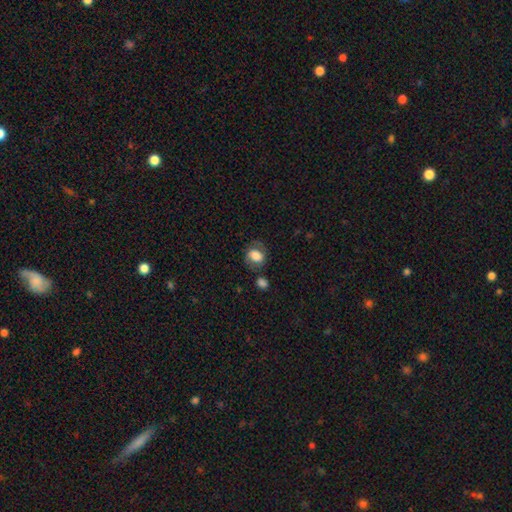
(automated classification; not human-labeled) smooth-or-featured: smooth: 71% | featured or disk: 20% | star or artifact: 9%
  how-rounded: in between: 55% | round: 44% | cigar-shaped: 1%
  merging: none: 60% | minor disturbance: 22% | major disturbance: 11% | merger: 7%